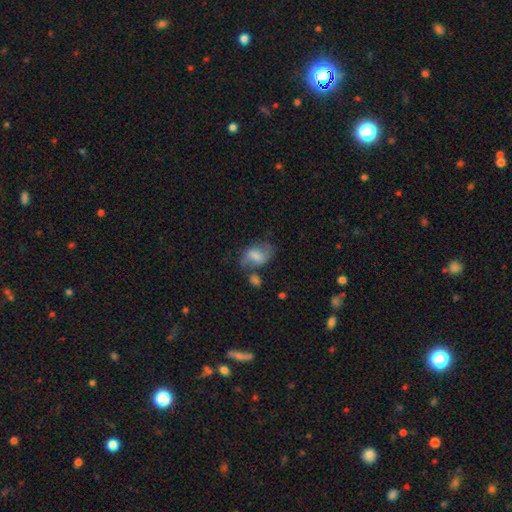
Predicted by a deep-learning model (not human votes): Smooth or featured? smooth (61%)
How rounded? in between (84%)
Merging? none (43%)